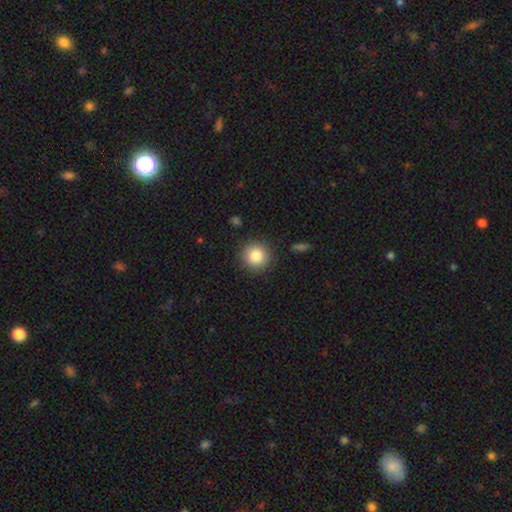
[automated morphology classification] smooth_or_featured: smooth (p=0.84) [alt: star or artifact p=0.10]
how_rounded: round (p=0.94) [alt: in between p=0.05]
merging: none (p=0.89) [alt: minor disturbance p=0.07]